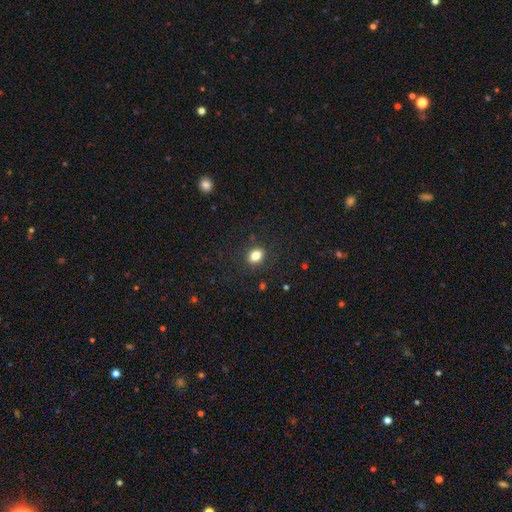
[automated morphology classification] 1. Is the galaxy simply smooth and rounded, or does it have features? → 83% smooth, 11% star or artifact, 6% featured or disk.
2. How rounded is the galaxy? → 63% in between, 35% round, 1% cigar-shaped.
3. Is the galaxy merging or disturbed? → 87% none, 9% minor disturbance, 3% major disturbance, 1% merger.